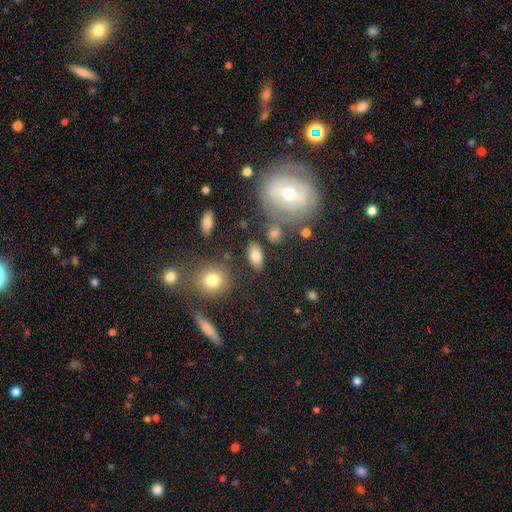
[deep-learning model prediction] Smooth or featured? Predicted: smooth (p=0.75). How rounded? Predicted: in between (p=0.89). Merging? Predicted: none (p=0.78).